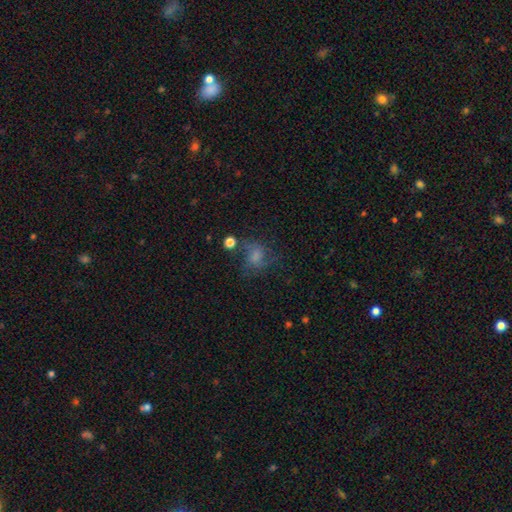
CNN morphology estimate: Smooth or featured? Predicted: smooth (p=0.59). How rounded? Predicted: round (p=0.59). Merging? Predicted: none (p=0.47).